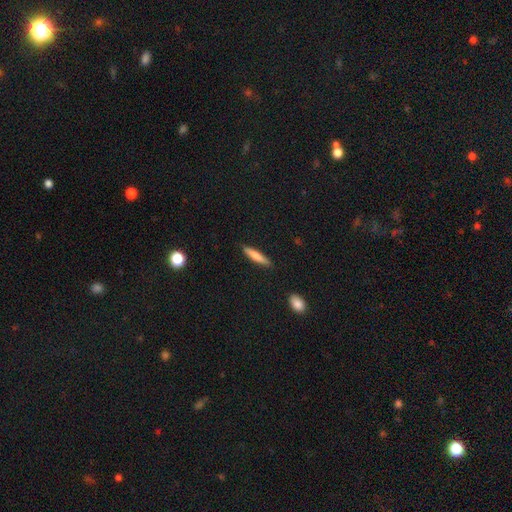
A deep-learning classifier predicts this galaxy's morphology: Q: Smooth or featured?
A: smooth (73%); runner-up: featured or disk (21%)
Q: How rounded?
A: cigar-shaped (87%); runner-up: in between (12%)
Q: Merging?
A: none (88%); runner-up: minor disturbance (9%)